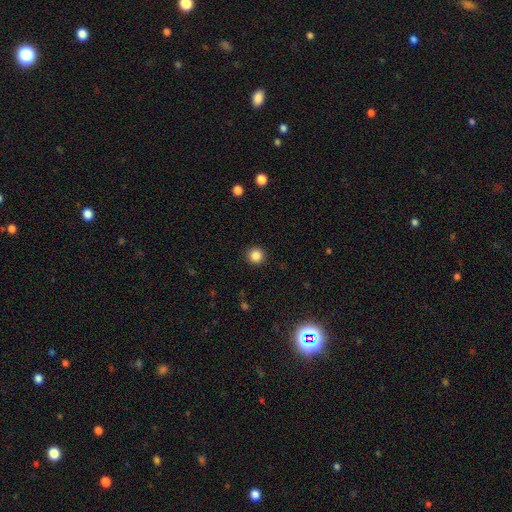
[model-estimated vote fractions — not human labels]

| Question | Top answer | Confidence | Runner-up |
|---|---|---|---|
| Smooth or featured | smooth | 85% | star or artifact (12%) |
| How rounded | round | 95% | in between (4%) |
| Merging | none | 92% | minor disturbance (5%) |